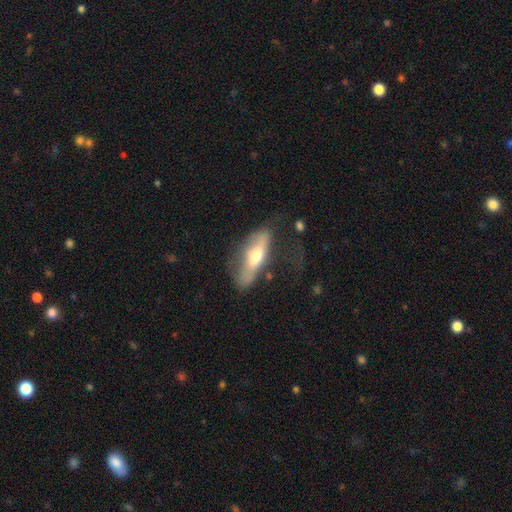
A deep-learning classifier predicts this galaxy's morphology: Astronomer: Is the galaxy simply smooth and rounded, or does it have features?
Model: smooth — 48% (runner-up: featured or disk, 46%).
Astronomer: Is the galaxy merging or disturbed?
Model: none — 50% (runner-up: minor disturbance, 27%).